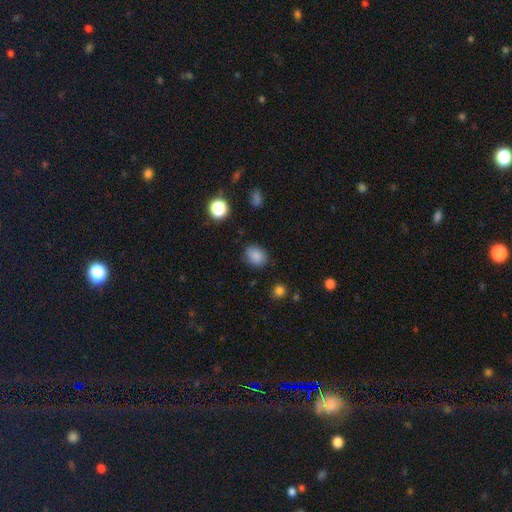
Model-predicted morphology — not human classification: This appears to be a smooth galaxy with no disk features (85%) that is in between round and cigar-shaped (51%). Merging: none (80%).